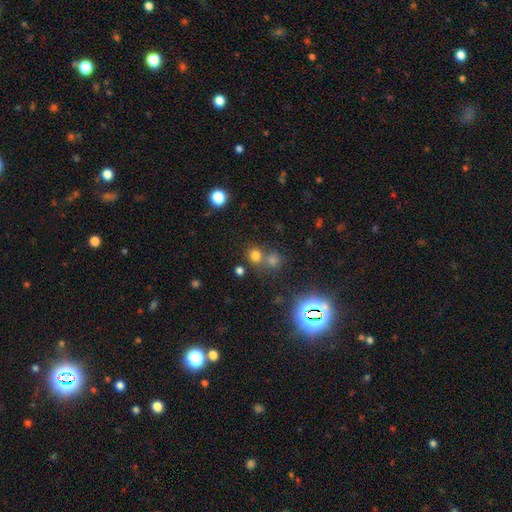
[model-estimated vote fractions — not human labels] A smooth galaxy with no disk features (69%) that is round (83%). Merging: none (58%).